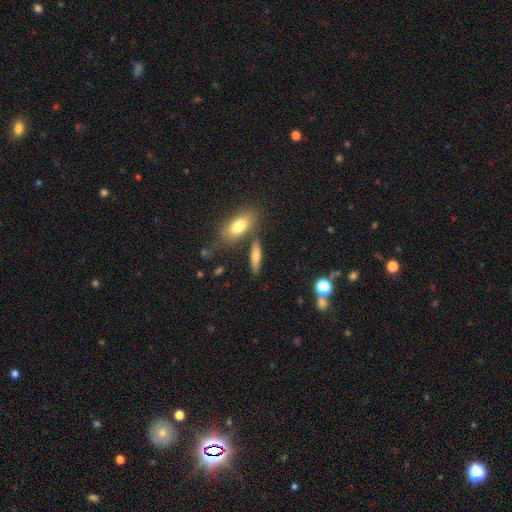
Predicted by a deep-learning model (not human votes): Smooth or featured?
  - smooth: 68% *
  - featured or disk: 24%
  - star or artifact: 8%
How rounded?
  - cigar-shaped: 61% *
  - in between: 34%
  - round: 5%
Merging?
  - none: 72% *
  - minor disturbance: 13%
  - merger: 12%
  - major disturbance: 4%